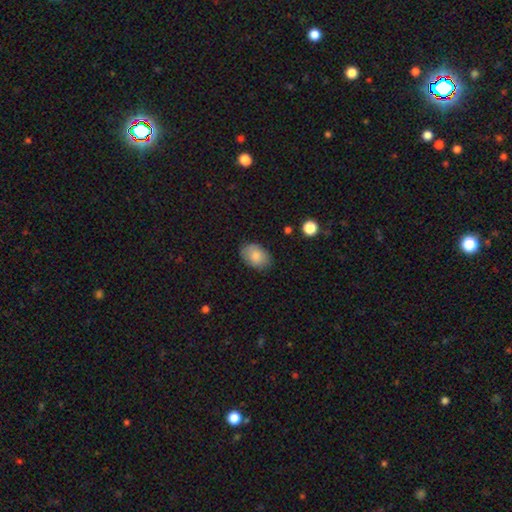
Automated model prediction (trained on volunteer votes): Smooth or featured? Predicted: smooth (p=0.83). How rounded? Predicted: in between (p=0.82). Merging? Predicted: none (p=0.83).